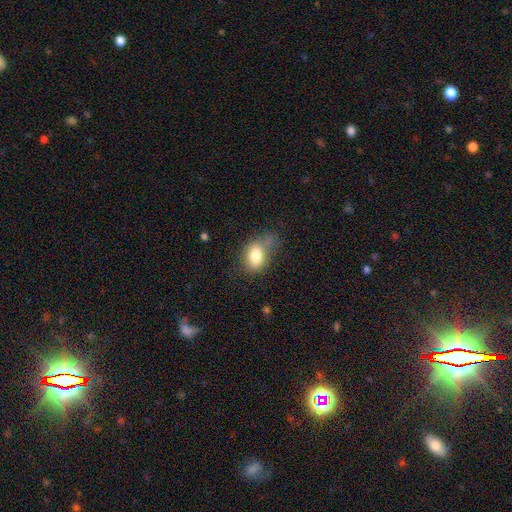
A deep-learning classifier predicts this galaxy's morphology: A smooth galaxy with no disk features (79%) that is in between round and cigar-shaped (77%).

Vote fractions:
- Smooth or featured? smooth: 79% / featured or disk: 12% / star or artifact: 9%
- How rounded? in between: 77% / round: 21% / cigar-shaped: 2%
- Merging? none: 41% / minor disturbance: 33% / major disturbance: 19% / merger: 7%